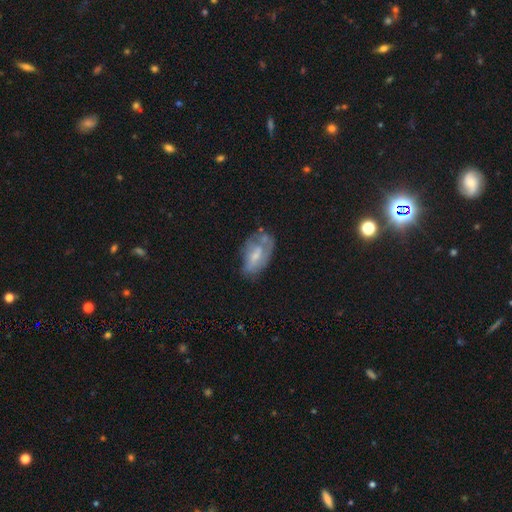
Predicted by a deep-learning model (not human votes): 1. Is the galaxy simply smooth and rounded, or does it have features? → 50% featured or disk, 42% smooth, 8% star or artifact.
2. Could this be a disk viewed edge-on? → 93% no, 7% yes.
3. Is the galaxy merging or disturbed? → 42% none, 30% minor disturbance, 20% major disturbance, 9% merger.